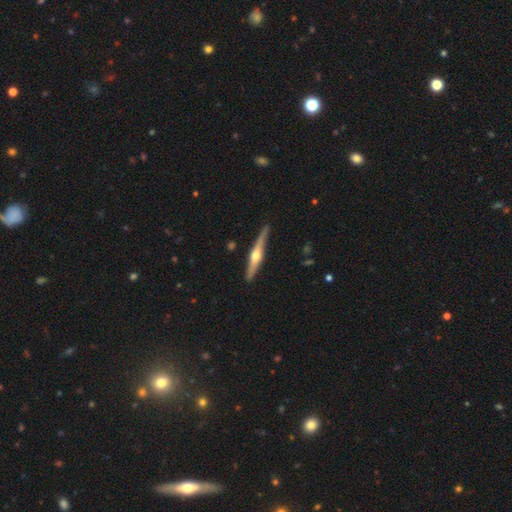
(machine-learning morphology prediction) This appears to be a featured or disk galaxy (74%) viewed edge-on (97%) with a rounded central bulge (93%). Merging: none (87%).